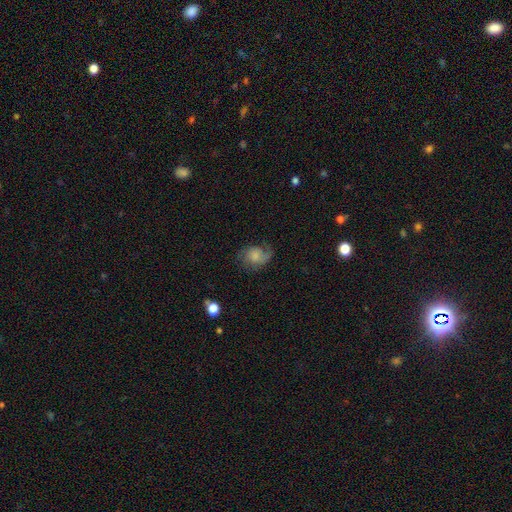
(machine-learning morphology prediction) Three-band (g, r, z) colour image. It shows a smooth galaxy with no disk features (49%). Merging: none (53%).